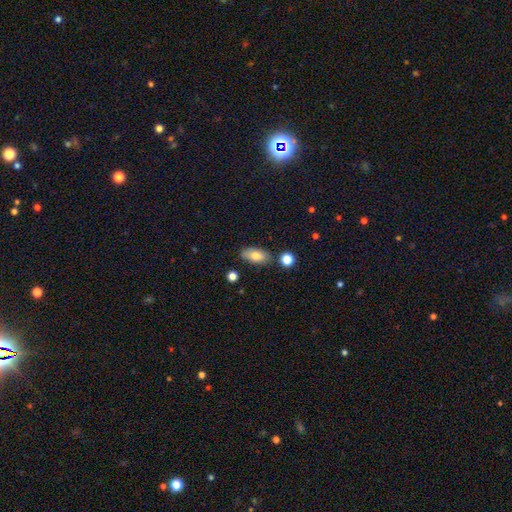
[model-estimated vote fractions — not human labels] This is likely a smooth galaxy (78%). How rounded: clearly in between (90%). Merging: likely none (79%).